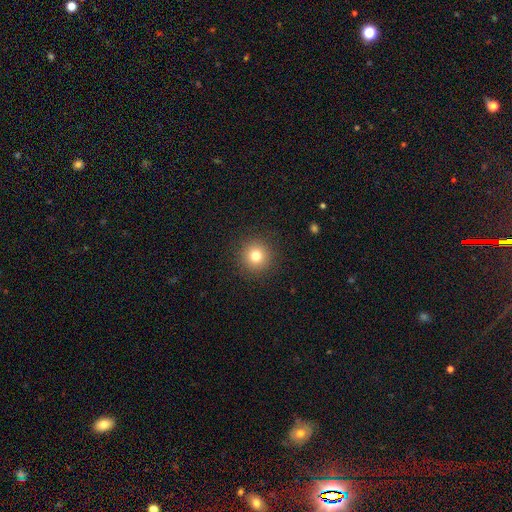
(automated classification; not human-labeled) Morphology: type=smooth (79%); roundness=round (95%); merging=none (92%).